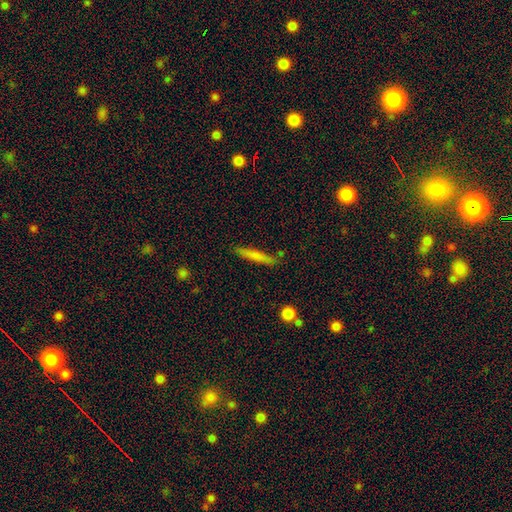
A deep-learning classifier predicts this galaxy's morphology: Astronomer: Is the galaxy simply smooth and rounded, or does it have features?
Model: smooth — 72%.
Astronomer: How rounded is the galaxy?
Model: cigar-shaped — 93%.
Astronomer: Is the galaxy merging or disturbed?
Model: none — 80%.